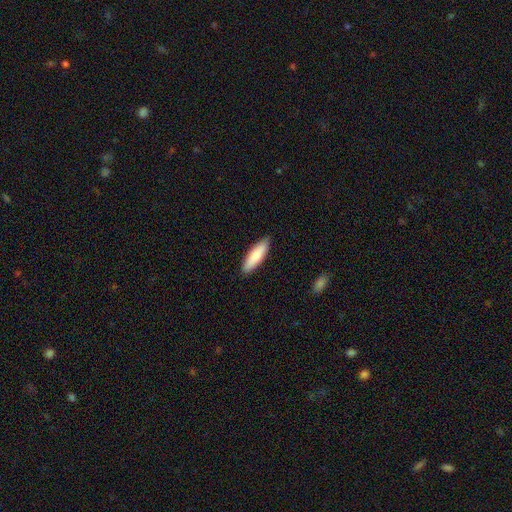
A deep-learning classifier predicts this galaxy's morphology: smooth_or_featured: smooth (p=0.81) [alt: featured or disk p=0.14]
how_rounded: cigar-shaped (p=0.55) [alt: in between p=0.43]
merging: none (p=0.89) [alt: minor disturbance p=0.08]